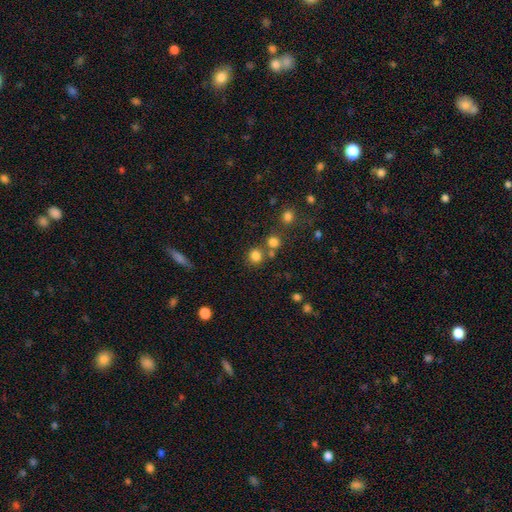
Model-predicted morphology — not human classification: Smooth or featured?
  - smooth: 79% *
  - star or artifact: 15%
  - featured or disk: 6%
How rounded?
  - round: 86% *
  - in between: 13%
  - cigar-shaped: 1%
Merging?
  - none: 70% *
  - merger: 18%
  - minor disturbance: 8%
  - major disturbance: 4%